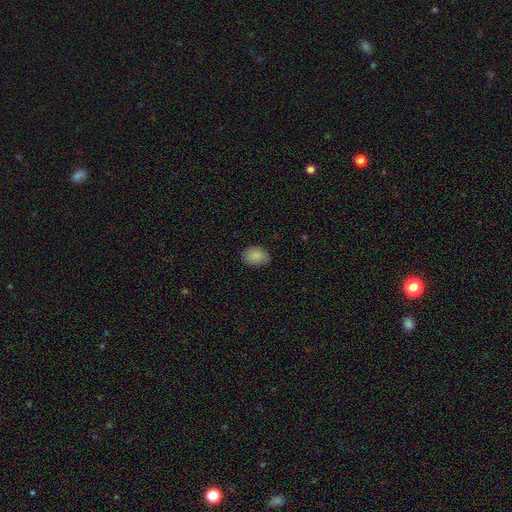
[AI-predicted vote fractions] Smooth or featured?
  - smooth: 88% *
  - star or artifact: 8%
  - featured or disk: 4%
How rounded?
  - in between: 74% *
  - round: 25%
  - cigar-shaped: 1%
Merging?
  - none: 81% *
  - minor disturbance: 16%
  - major disturbance: 3%
  - merger: 1%